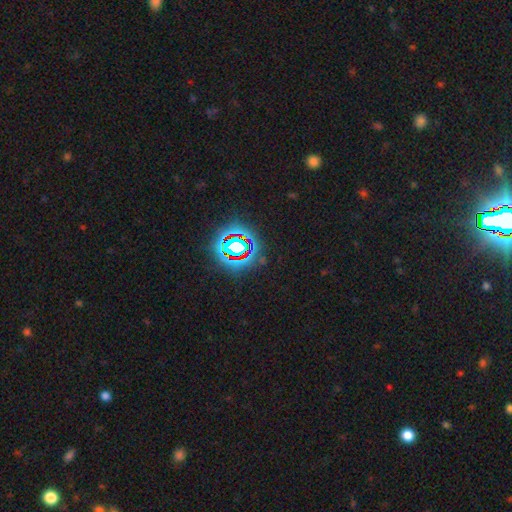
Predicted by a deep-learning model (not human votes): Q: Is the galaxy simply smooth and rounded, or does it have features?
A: star or artifact — 81%.